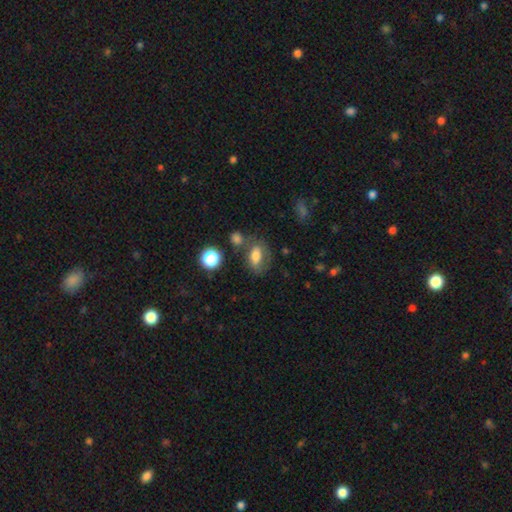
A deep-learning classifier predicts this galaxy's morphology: A smooth galaxy with no disk features (66%) that is in between round and cigar-shaped (81%). Merging: none (54%).